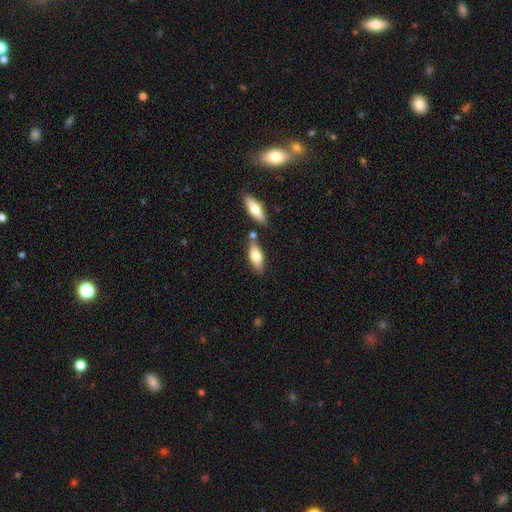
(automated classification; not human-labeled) Q: Smooth or featured?
A: smooth (73%); runner-up: featured or disk (21%)
Q: How rounded?
A: in between (73%); runner-up: cigar-shaped (25%)
Q: Merging?
A: none (69%); runner-up: merger (15%)